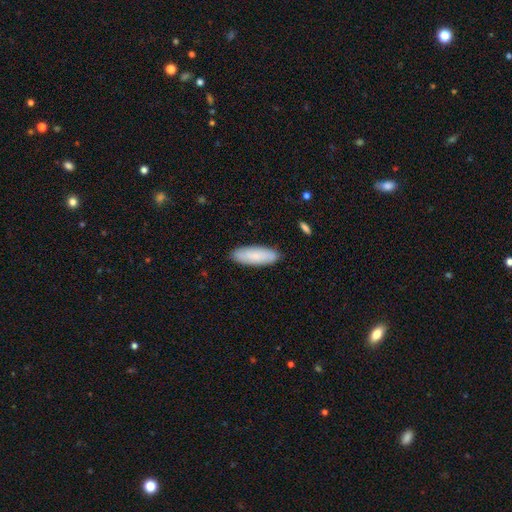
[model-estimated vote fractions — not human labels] Smooth or featured? smooth (80%)
How rounded? in between (61%)
Merging? none (89%)